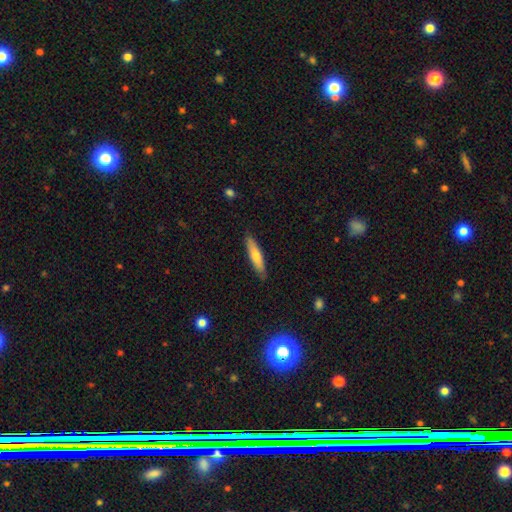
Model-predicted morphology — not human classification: smooth-or-featured: smooth: 64% | featured or disk: 30% | star or artifact: 6%
  how-rounded: cigar-shaped: 83% | in between: 15% | round: 2%
  merging: none: 87% | minor disturbance: 10% | major disturbance: 2% | merger: 1%